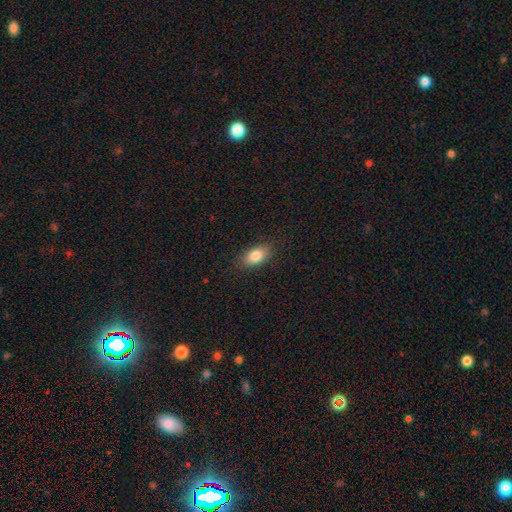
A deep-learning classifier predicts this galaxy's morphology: smooth_or_featured: smooth (p=0.84) [alt: featured or disk p=0.08]
how_rounded: in between (p=0.90) [alt: round p=0.06]
merging: none (p=0.86) [alt: minor disturbance p=0.10]